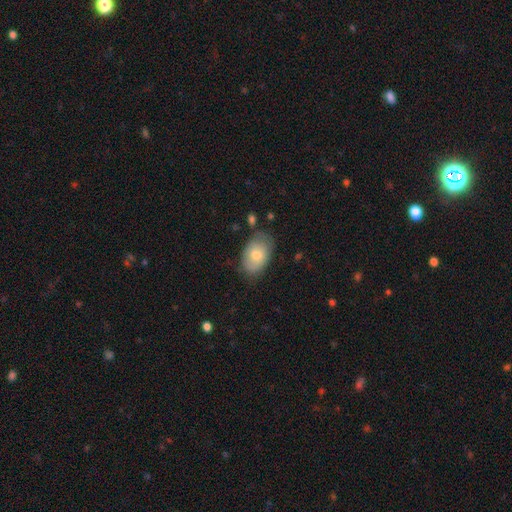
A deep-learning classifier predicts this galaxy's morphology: Q: Smooth or featured?
A: smooth (74%); runner-up: featured or disk (19%)
Q: How rounded?
A: in between (89%); runner-up: round (10%)
Q: Merging?
A: none (70%); runner-up: minor disturbance (22%)